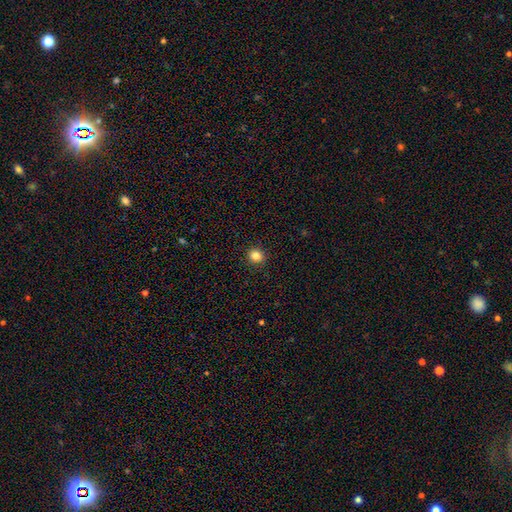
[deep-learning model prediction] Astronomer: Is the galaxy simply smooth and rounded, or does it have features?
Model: smooth — 84%.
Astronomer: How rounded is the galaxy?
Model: round — 83%.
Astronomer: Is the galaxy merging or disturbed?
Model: none — 92%.